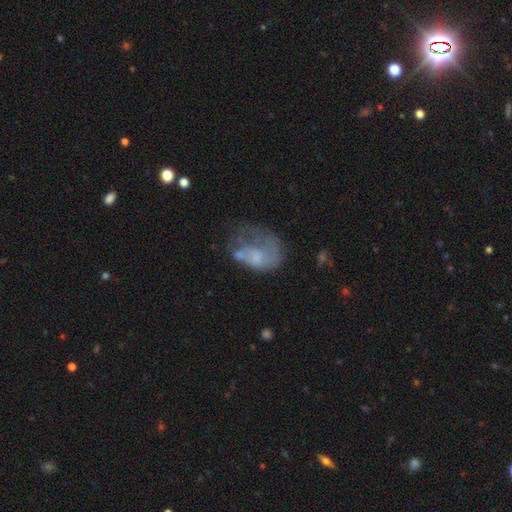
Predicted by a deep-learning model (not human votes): This is possibly a featured or disk galaxy (46%). Merging: marginally major disturbance (43%).